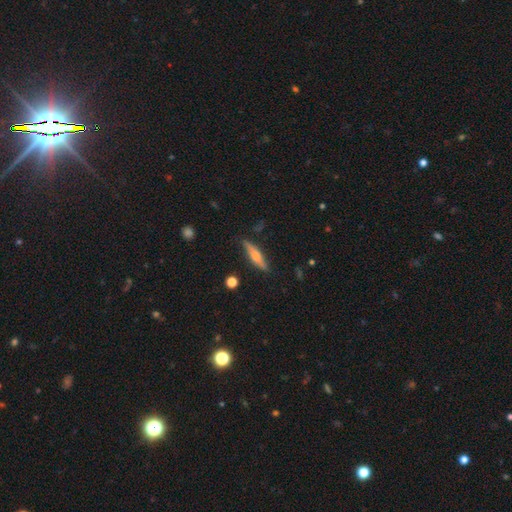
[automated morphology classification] This is possibly a featured or disk galaxy (50%). It is clearly viewed edge-on (93%). Merging: clearly none (83%).